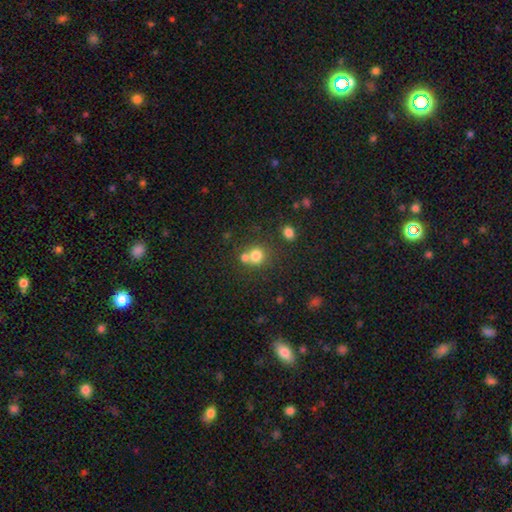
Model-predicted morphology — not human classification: Smooth or featured? Predicted: smooth (p=0.76). How rounded? Predicted: round (p=0.84). Merging? Predicted: none (p=0.47).